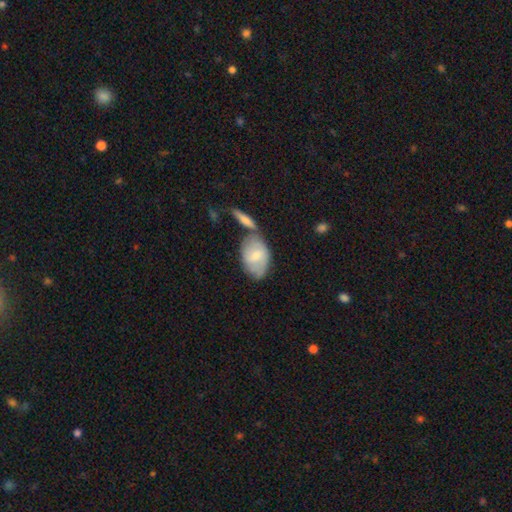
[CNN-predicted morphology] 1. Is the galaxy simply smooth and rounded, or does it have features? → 62% smooth, 32% featured or disk, 6% star or artifact.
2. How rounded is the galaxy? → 89% in between, 8% round, 3% cigar-shaped.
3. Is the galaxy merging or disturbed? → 46% none, 29% merger, 19% minor disturbance, 6% major disturbance.